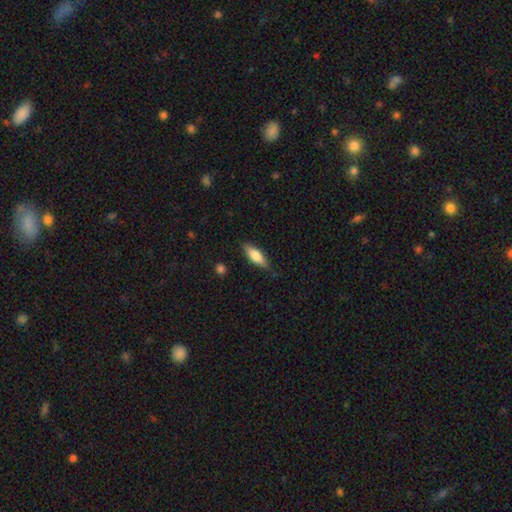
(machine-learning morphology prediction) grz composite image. It shows a smooth galaxy with no disk features (73%) that is in between round and cigar-shaped (60%). Merging: none (80%).